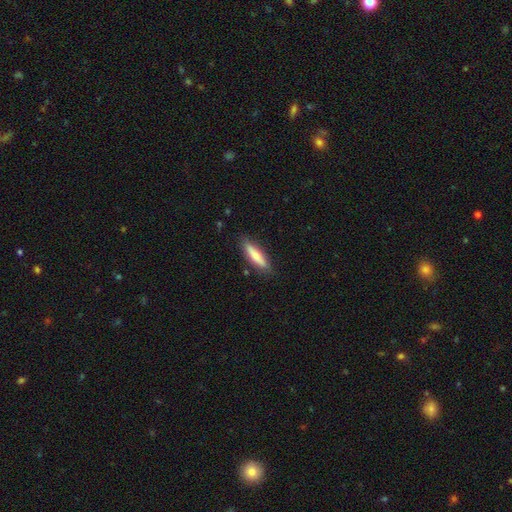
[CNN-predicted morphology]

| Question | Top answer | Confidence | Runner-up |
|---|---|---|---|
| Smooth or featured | smooth | 68% | featured or disk (26%) |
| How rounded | cigar-shaped | 78% | in between (21%) |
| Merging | none | 85% | minor disturbance (11%) |